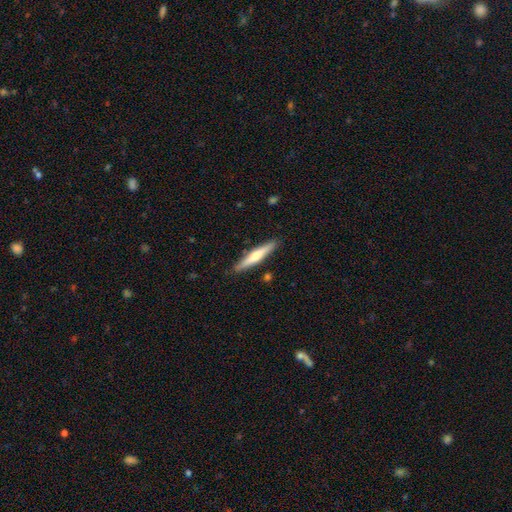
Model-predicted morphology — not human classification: This is possibly a featured or disk galaxy (48%). Merging: clearly none (88%).